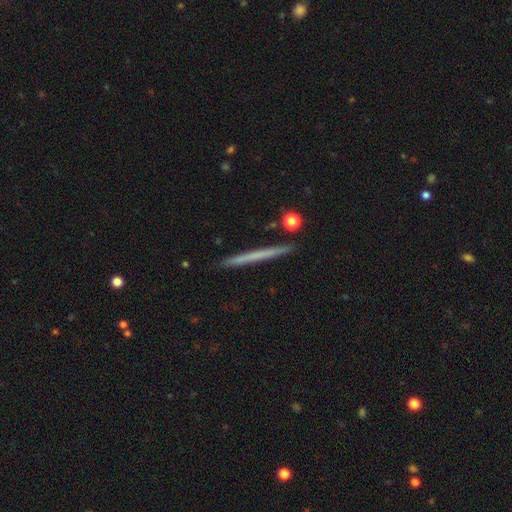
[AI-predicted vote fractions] Smooth or featured?
  - smooth: 49% *
  - featured or disk: 44%
  - star or artifact: 6%
Merging?
  - none: 91% *
  - minor disturbance: 6%
  - merger: 2%
  - major disturbance: 1%